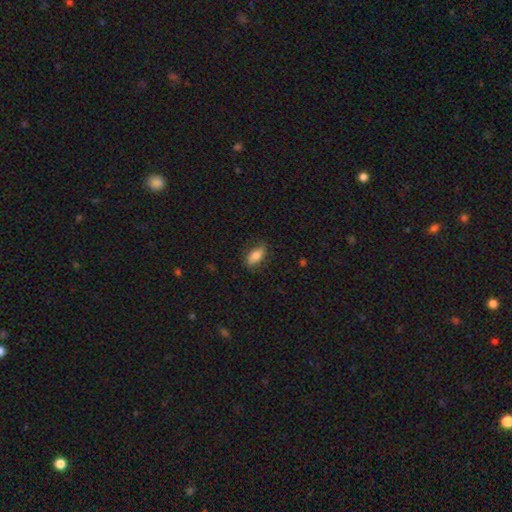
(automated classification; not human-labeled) smooth-or-featured: smooth: 74% | featured or disk: 19% | star or artifact: 7%
  how-rounded: in between: 81% | cigar-shaped: 15% | round: 4%
  merging: none: 76% | minor disturbance: 18% | major disturbance: 5% | merger: 1%